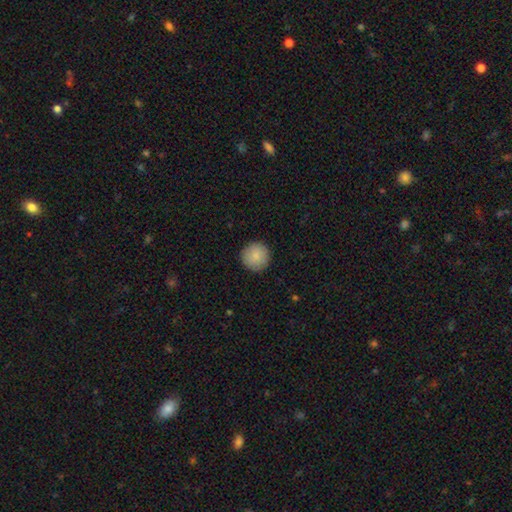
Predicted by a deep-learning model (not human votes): Q: Smooth or featured?
A: smooth (87%); runner-up: star or artifact (7%)
Q: How rounded?
A: round (95%); runner-up: in between (4%)
Q: Merging?
A: none (91%); runner-up: minor disturbance (6%)